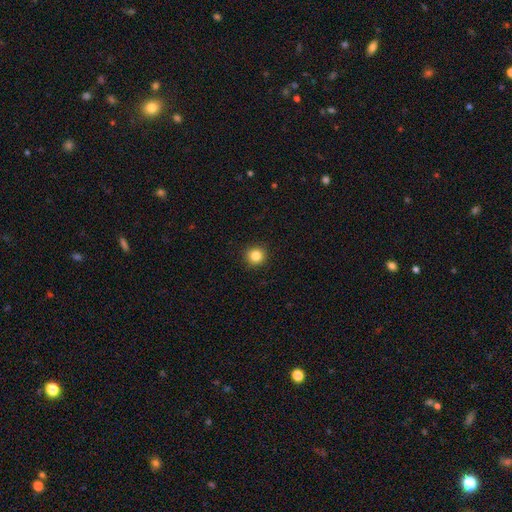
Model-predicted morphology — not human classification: Smooth or featured: smooth — 84% (star or artifact — 11%)
How rounded: round — 94% (in between — 5%)
Merging: none — 92% (minor disturbance — 5%)